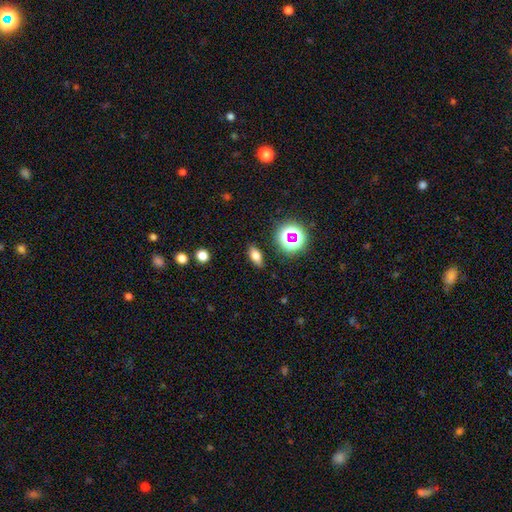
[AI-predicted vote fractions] Overall: smooth (67%). How rounded: in between (76%). Merging: none (85%).